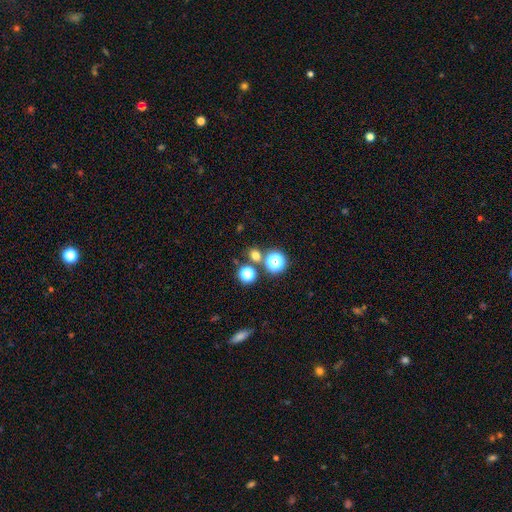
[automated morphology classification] smooth 65%, star or artifact 29%, featured or disk 7%. Down the decision tree: how rounded — round (81%); merging — none (75%).